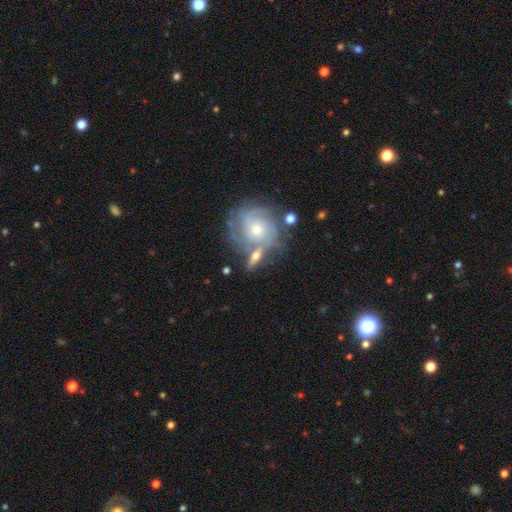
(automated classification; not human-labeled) Smooth or featured? Predicted: featured or disk (p=0.66). Edge-on disk? Predicted: no (p=0.80). Bar? Predicted: no (p=0.72). Spiral arms? Predicted: yes (p=0.79). Bulge size? Predicted: moderate (p=0.54). Merging? Predicted: none (p=0.54).